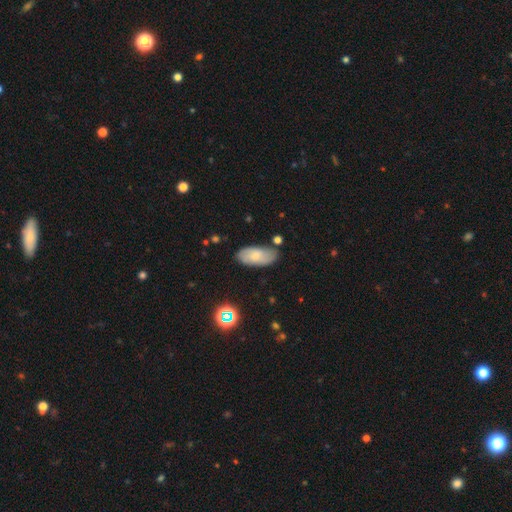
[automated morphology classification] Overall: smooth (69%). How rounded: in between (91%). Merging: none (75%).